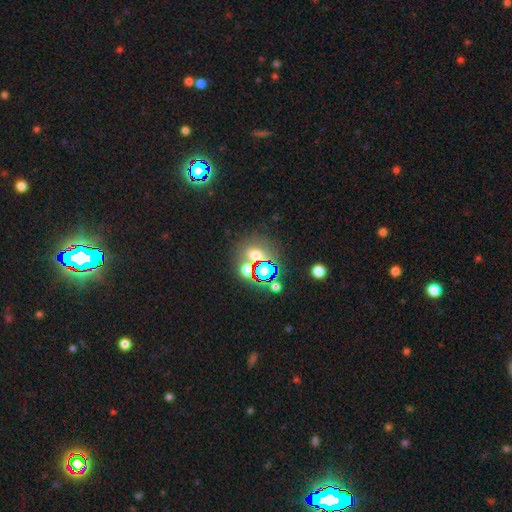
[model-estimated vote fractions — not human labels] Q: Smooth or featured?
A: smooth (49%); runner-up: star or artifact (40%)
Q: Merging?
A: none (62%); runner-up: merger (23%)